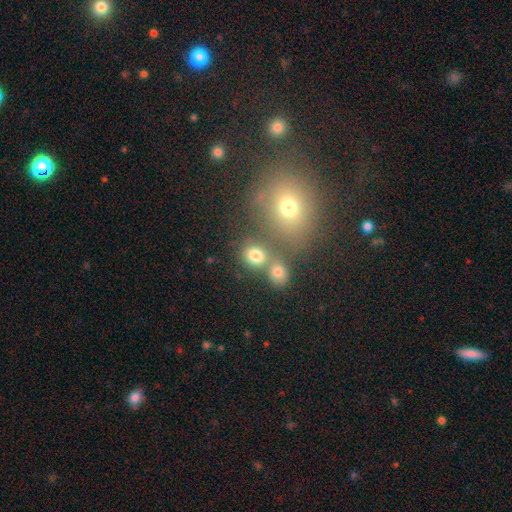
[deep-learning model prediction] The model was most divided on "merging": none: 56%, merger: 29%, minor disturbance: 10%, major disturbance: 5%. More confident: smooth or featured — smooth (76%); how rounded — round (69%).